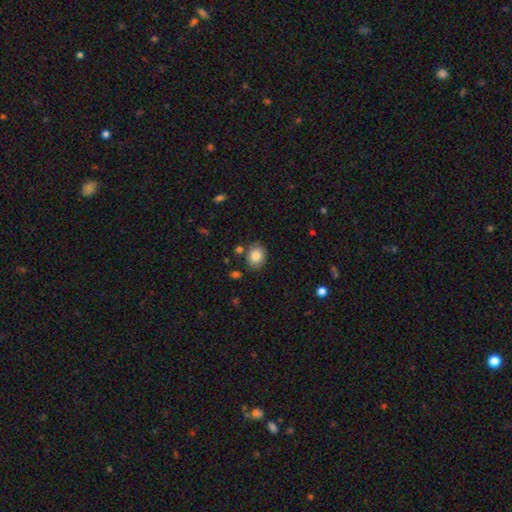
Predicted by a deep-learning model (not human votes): The model was most divided on "how rounded": in between: 52%, round: 47%, cigar-shaped: 1%. More confident: smooth or featured — smooth (84%); merging — none (79%).